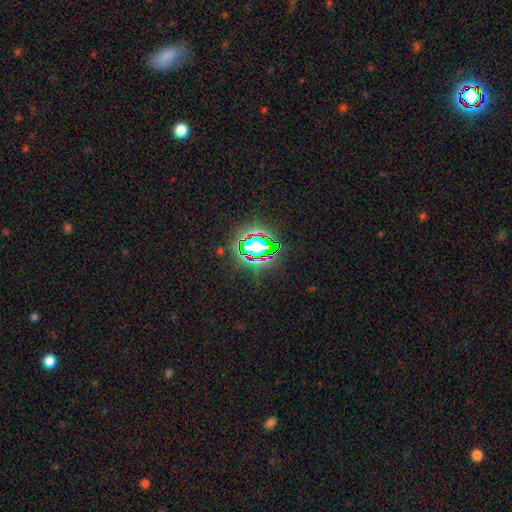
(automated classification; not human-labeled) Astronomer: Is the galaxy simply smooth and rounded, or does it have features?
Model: star or artifact — 80%.